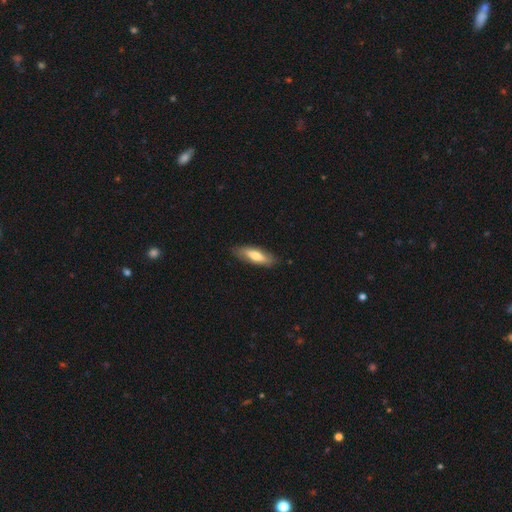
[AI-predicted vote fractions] Smooth or featured?
  - smooth: 68% *
  - featured or disk: 26%
  - star or artifact: 6%
How rounded?
  - in between: 52% *
  - cigar-shaped: 46%
  - round: 2%
Merging?
  - none: 84% *
  - minor disturbance: 13%
  - major disturbance: 2%
  - merger: 1%